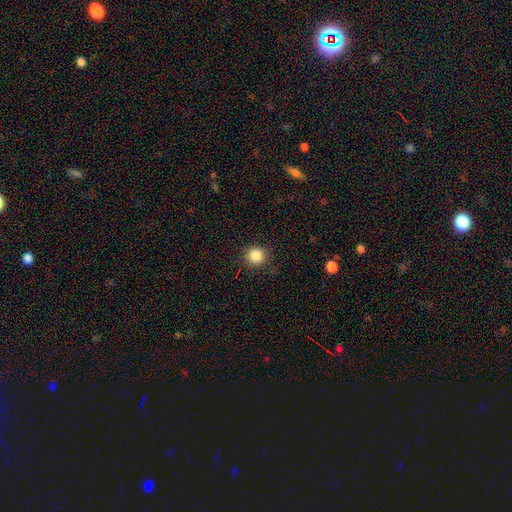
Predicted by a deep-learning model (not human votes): smooth-or-featured: smooth: 86% | star or artifact: 10% | featured or disk: 4%
  how-rounded: round: 94% | in between: 6% | cigar-shaped: 1%
  merging: none: 89% | minor disturbance: 8% | major disturbance: 2% | merger: 1%